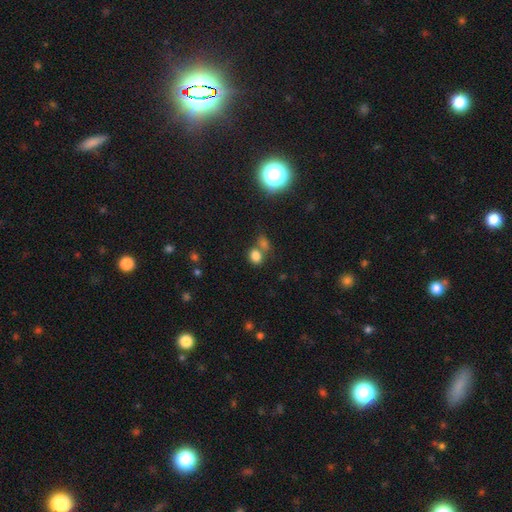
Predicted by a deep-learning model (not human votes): Smooth or featured: smooth — 76% (star or artifact — 16%)
How rounded: in between — 51% (round — 48%)
Merging: none — 48% (merger — 37%)